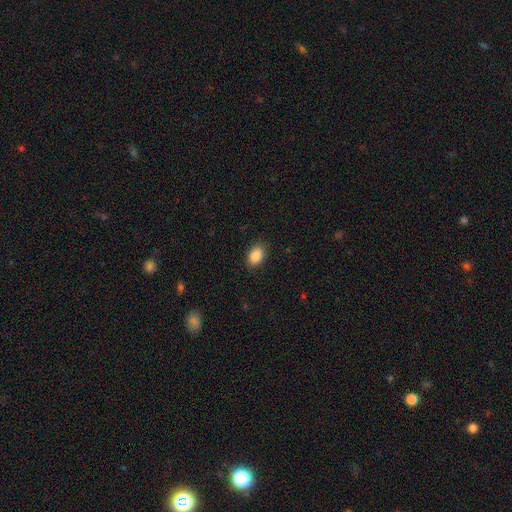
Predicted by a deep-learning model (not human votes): Morphology: type=smooth (88%); roundness=in between (84%); merging=none (87%).